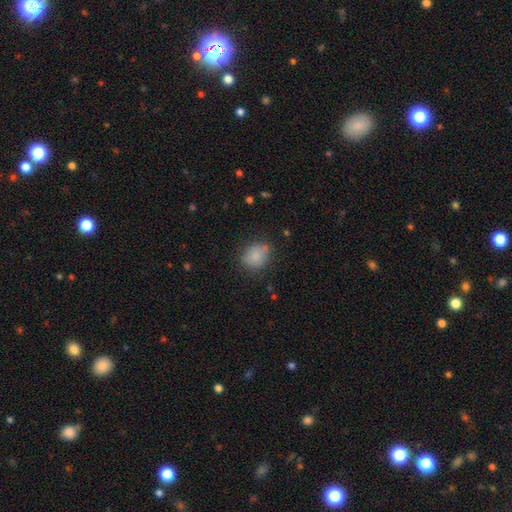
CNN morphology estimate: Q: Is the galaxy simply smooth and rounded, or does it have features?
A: smooth — 81%.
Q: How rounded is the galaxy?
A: round — 55%.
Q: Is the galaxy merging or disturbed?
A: none — 68%.